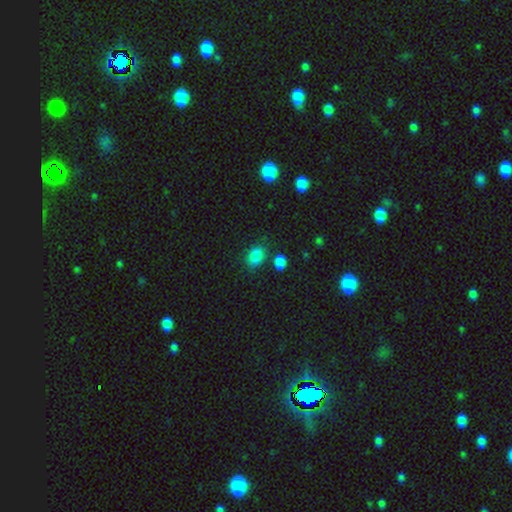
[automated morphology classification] Smooth or featured? Predicted: smooth (p=0.85). How rounded? Predicted: in between (p=0.72). Merging? Predicted: none (p=0.72).